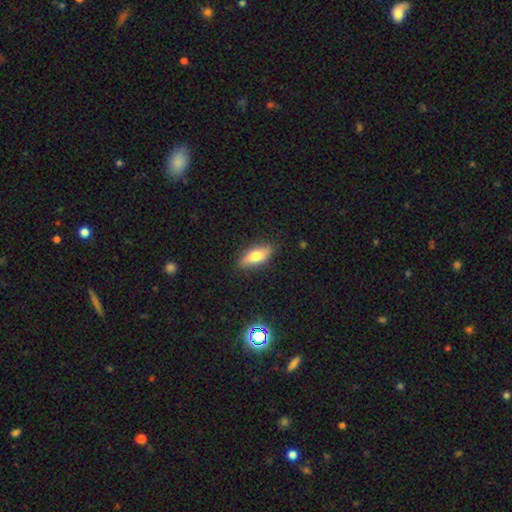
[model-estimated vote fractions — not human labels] This is likely a smooth galaxy (68%). How rounded: likely in between (72%). Merging: clearly none (85%).